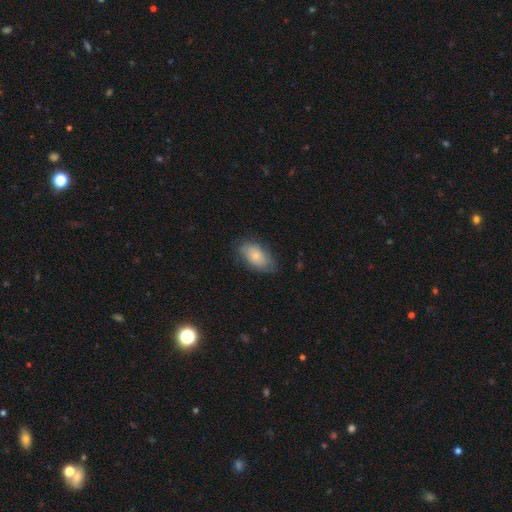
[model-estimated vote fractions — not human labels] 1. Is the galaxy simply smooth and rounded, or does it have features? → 72% smooth, 21% featured or disk, 6% star or artifact.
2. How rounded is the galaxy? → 92% in between, 5% round, 2% cigar-shaped.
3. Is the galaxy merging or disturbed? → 68% none, 24% minor disturbance, 6% major disturbance, 1% merger.